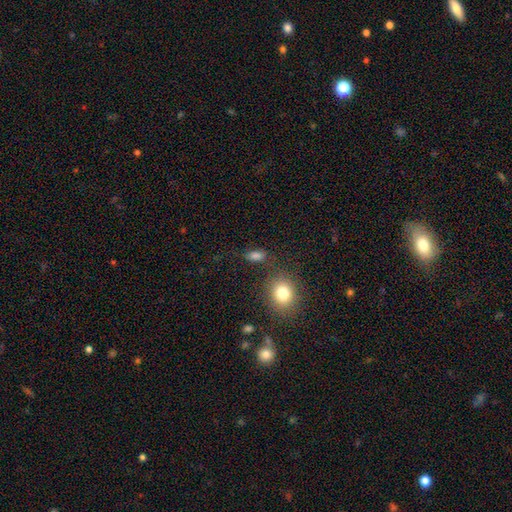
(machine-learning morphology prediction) Smooth or featured?
  - smooth: 80% *
  - star or artifact: 13%
  - featured or disk: 7%
How rounded?
  - in between: 77% *
  - round: 14%
  - cigar-shaped: 9%
Merging?
  - none: 70% *
  - minor disturbance: 16%
  - merger: 7%
  - major disturbance: 7%